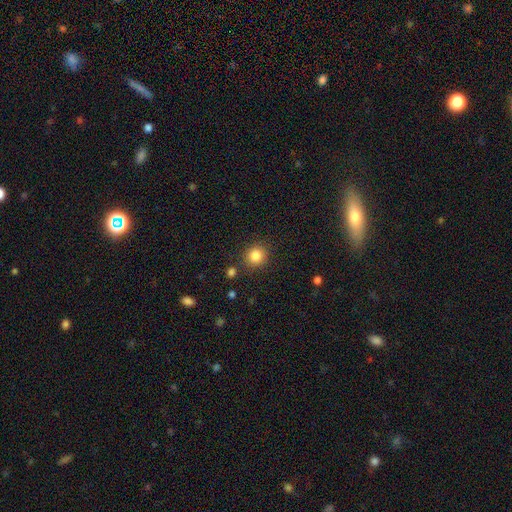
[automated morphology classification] smooth_or_featured: smooth (p=0.85) [alt: star or artifact p=0.11]
how_rounded: round (p=0.87) [alt: in between p=0.12]
merging: none (p=0.86) [alt: minor disturbance p=0.08]